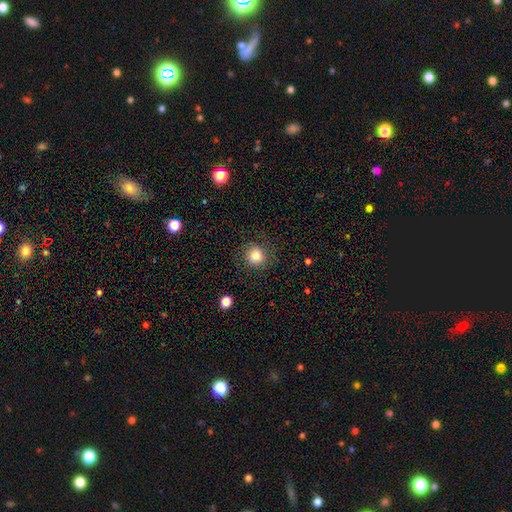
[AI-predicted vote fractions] Smooth or featured: smooth — 81% (star or artifact — 10%)
How rounded: round — 90% (in between — 9%)
Merging: none — 82% (minor disturbance — 11%)